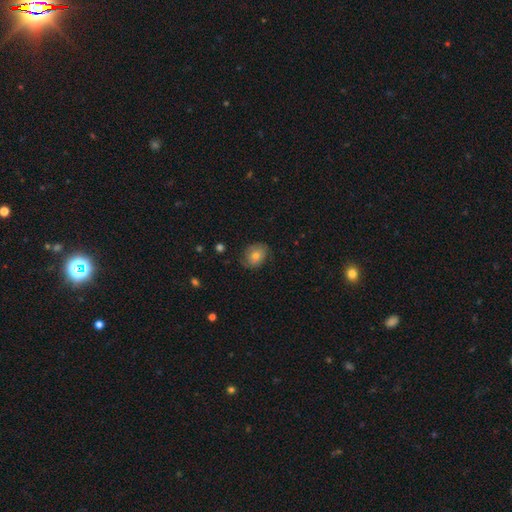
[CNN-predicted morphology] Smooth or featured: smooth — 67% (featured or disk — 24%)
How rounded: round — 50% (in between — 49%)
Merging: none — 74% (minor disturbance — 20%)